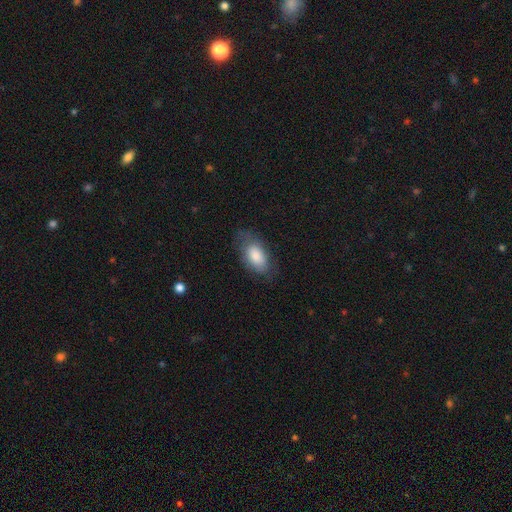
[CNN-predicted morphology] Overall: smooth (80%). How rounded: in between (92%). Merging: none (66%).